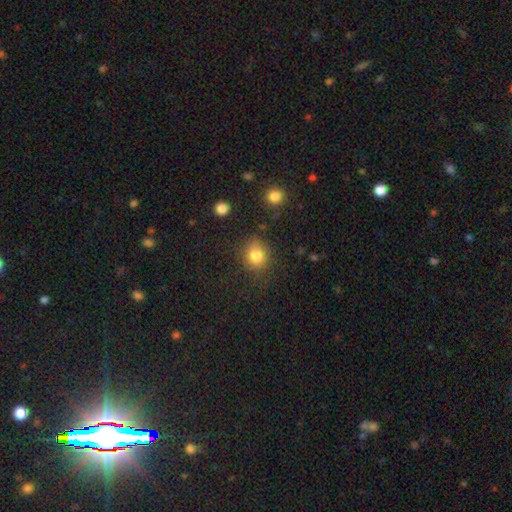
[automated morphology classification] Q: Smooth or featured?
A: smooth (83%); runner-up: star or artifact (11%)
Q: How rounded?
A: round (81%); runner-up: in between (18%)
Q: Merging?
A: none (78%); runner-up: minor disturbance (14%)